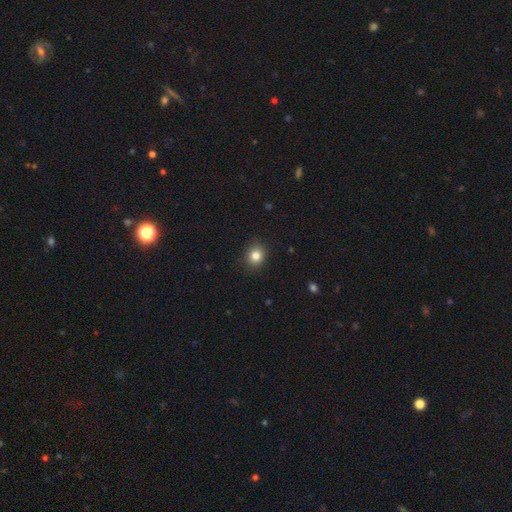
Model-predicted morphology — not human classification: This is clearly a smooth galaxy (82%). How rounded: likely round (72%). Merging: clearly none (89%).